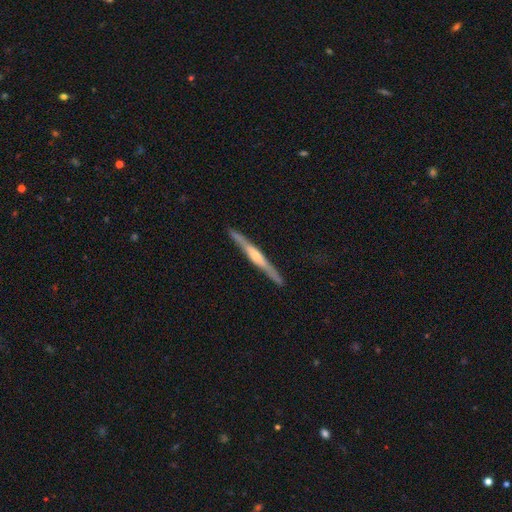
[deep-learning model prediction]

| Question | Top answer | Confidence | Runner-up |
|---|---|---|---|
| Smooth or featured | featured or disk | 76% | smooth (19%) |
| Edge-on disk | yes | 98% | no (2%) |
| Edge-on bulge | rounded | 70% | none (17%) |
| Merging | none | 90% | minor disturbance (8%) |